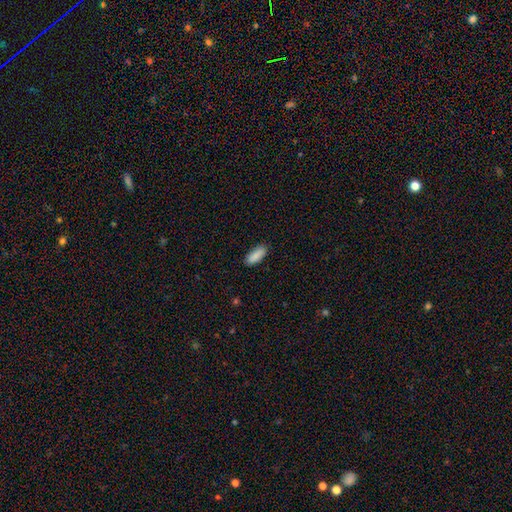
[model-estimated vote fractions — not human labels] Smooth or featured? smooth (89%)
How rounded? in between (76%)
Merging? none (87%)